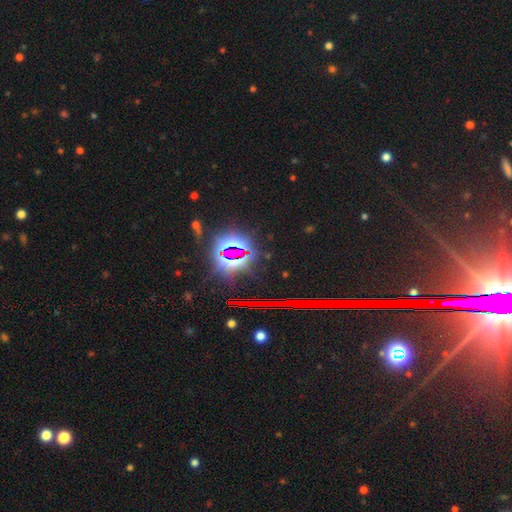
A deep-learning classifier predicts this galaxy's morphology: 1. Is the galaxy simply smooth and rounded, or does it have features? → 81% star or artifact, 10% featured or disk, 9% smooth.